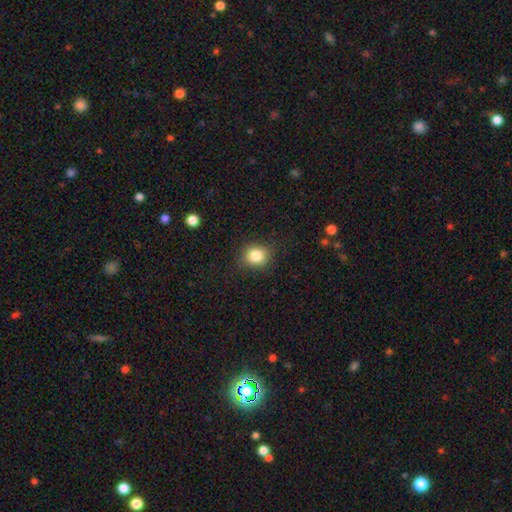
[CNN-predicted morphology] This is clearly a smooth galaxy (84%). How rounded: likely round (72%). Merging: clearly none (85%).